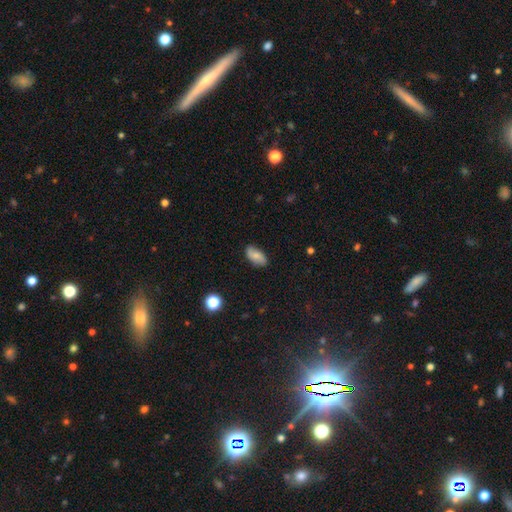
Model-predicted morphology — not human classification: This appears to be a smooth galaxy with no disk features (70%) that is in between round and cigar-shaped (92%). Merging: none (80%).